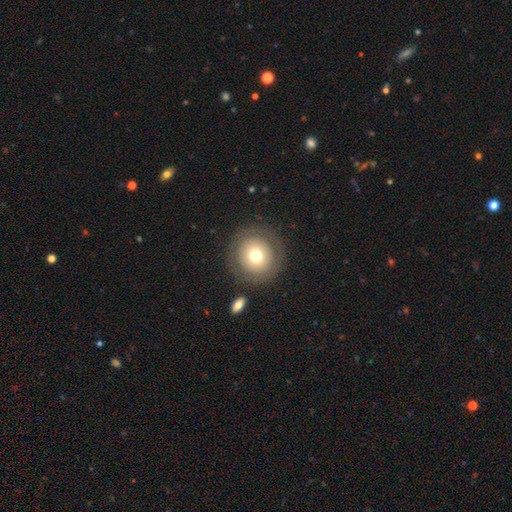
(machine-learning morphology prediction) This is likely a smooth galaxy (68%). How rounded: clearly round (93%). Merging: clearly none (83%).